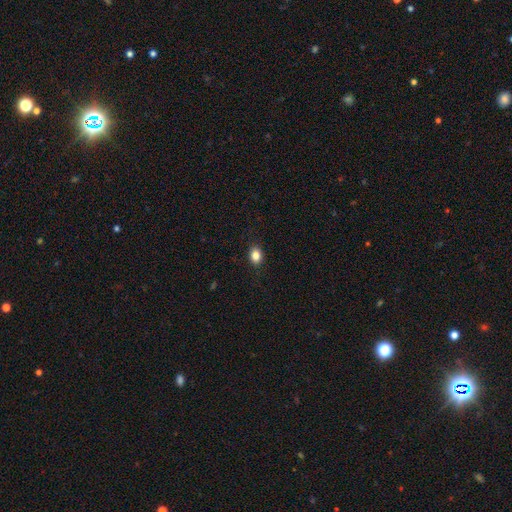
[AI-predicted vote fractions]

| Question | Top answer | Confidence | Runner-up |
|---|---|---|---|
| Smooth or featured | smooth | 85% | star or artifact (10%) |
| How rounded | in between | 59% | round (40%) |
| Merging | none | 89% | minor disturbance (8%) |